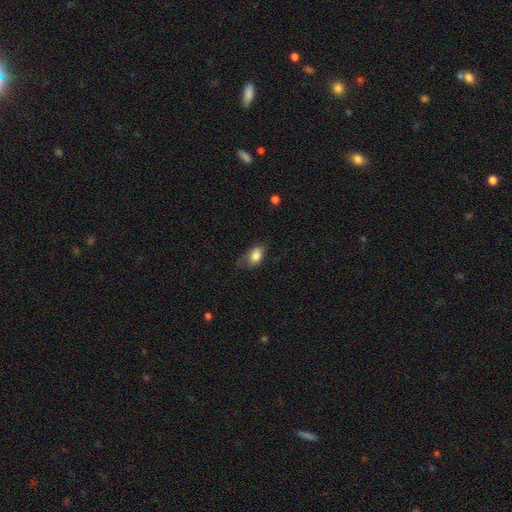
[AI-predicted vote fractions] This appears to be a smooth galaxy with no disk features (83%) that is in between round and cigar-shaped (87%). Merging: none (54%).